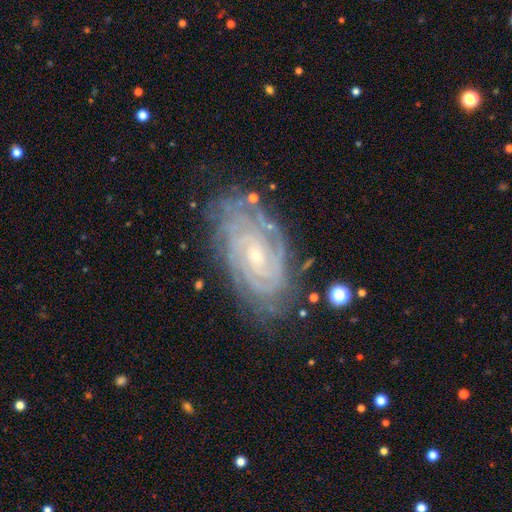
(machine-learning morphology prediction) featured or disk 89%, star or artifact 6%, smooth 5%. Down the decision tree: edge-on disk — no (96%); bar — no (65%); spiral arms — yes (98%); spiral arm count — can't tell (24%); spiral winding — tight (81%); bulge size — small (78%); merging — none (76%).